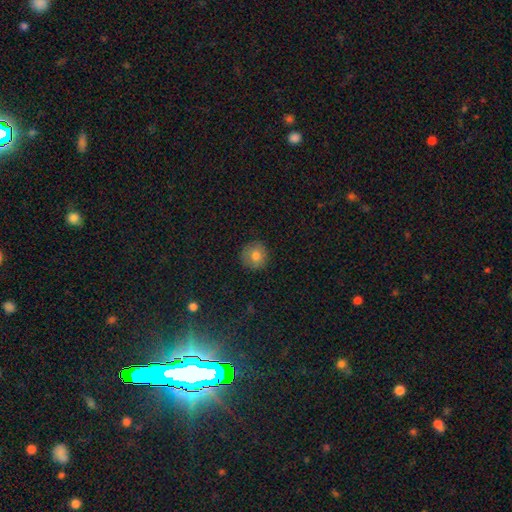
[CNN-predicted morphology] smooth_or_featured: smooth (p=0.78) [alt: featured or disk p=0.12]
how_rounded: round (p=0.93) [alt: in between p=0.06]
merging: none (p=0.89) [alt: minor disturbance p=0.08]